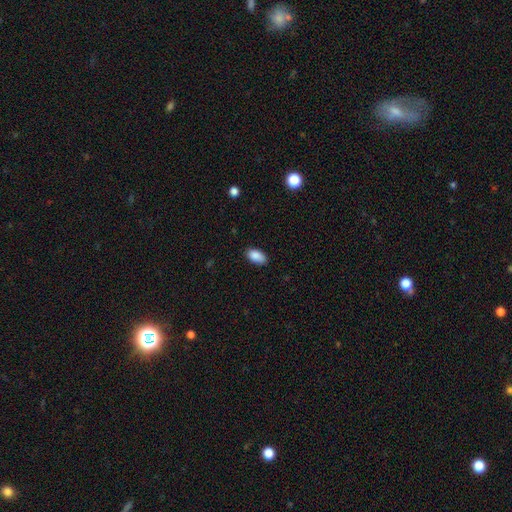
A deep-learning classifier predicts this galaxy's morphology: This appears to be a smooth galaxy with no disk features (89%) that is in between round and cigar-shaped (93%). Merging: none (83%).